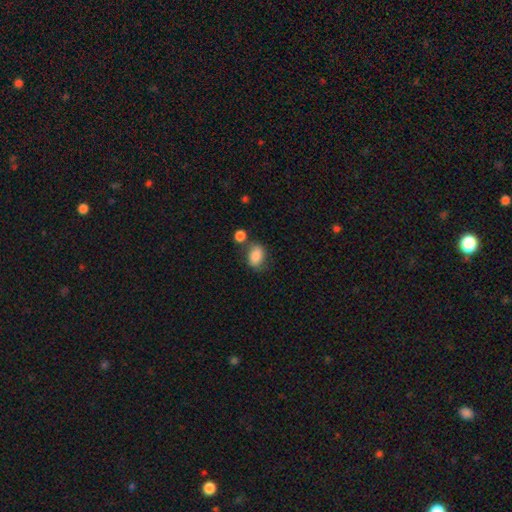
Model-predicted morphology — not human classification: This is clearly a smooth galaxy (85%). How rounded: likely in between (79%). Merging: possibly none (59%).